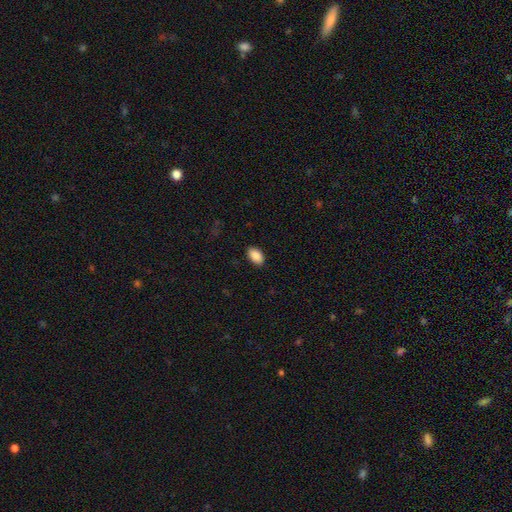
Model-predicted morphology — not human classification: This is clearly a smooth galaxy (90%). How rounded: clearly in between (92%). Merging: clearly none (89%).